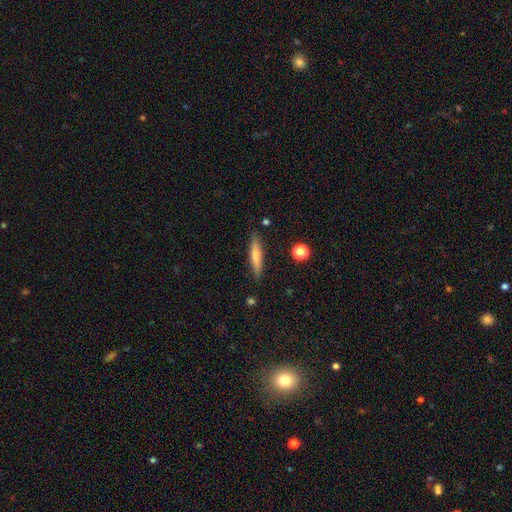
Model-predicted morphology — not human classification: Smooth or featured?
  - smooth: 67% *
  - featured or disk: 27%
  - star or artifact: 7%
How rounded?
  - cigar-shaped: 87% *
  - in between: 11%
  - round: 2%
Merging?
  - none: 86% *
  - minor disturbance: 10%
  - major disturbance: 2%
  - merger: 2%